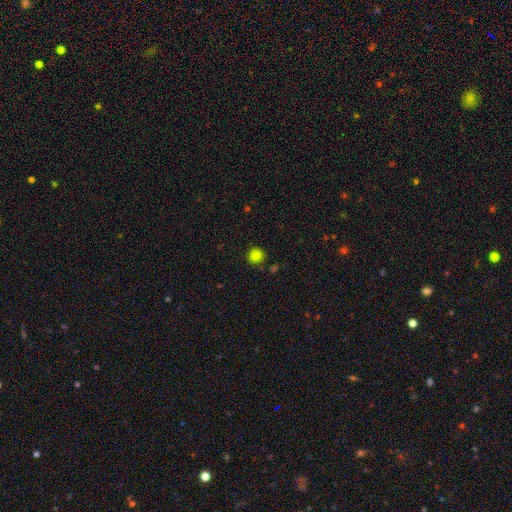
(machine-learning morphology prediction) smooth-or-featured: smooth: 84% | star or artifact: 13% | featured or disk: 4%
  how-rounded: round: 91% | in between: 8% | cigar-shaped: 1%
  merging: none: 86% | minor disturbance: 8% | merger: 3% | major disturbance: 2%